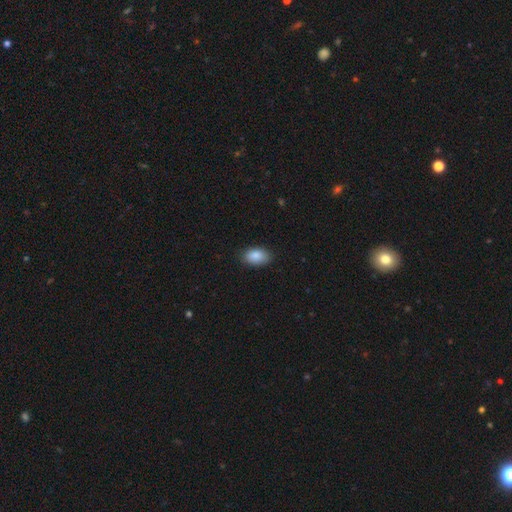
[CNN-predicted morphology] Q: Smooth or featured?
A: smooth (88%); runner-up: star or artifact (7%)
Q: How rounded?
A: in between (92%); runner-up: round (7%)
Q: Merging?
A: none (86%); runner-up: minor disturbance (11%)